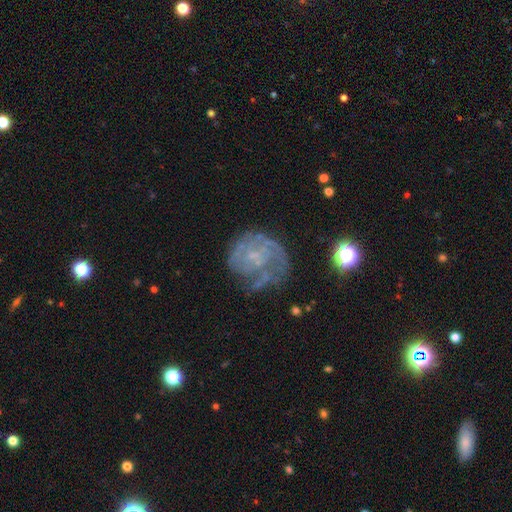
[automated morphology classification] Overall: featured or disk (71%). Edge-on disk: no (98%). Bar: no (75%). Spiral arms: yes (73%). Spiral arm count: can't tell (47%; 2 17%). Spiral winding: tight (54%; medium 30%). Bulge size: small (56%; none 31%). Merging: none (50%; major disturbance 23%).